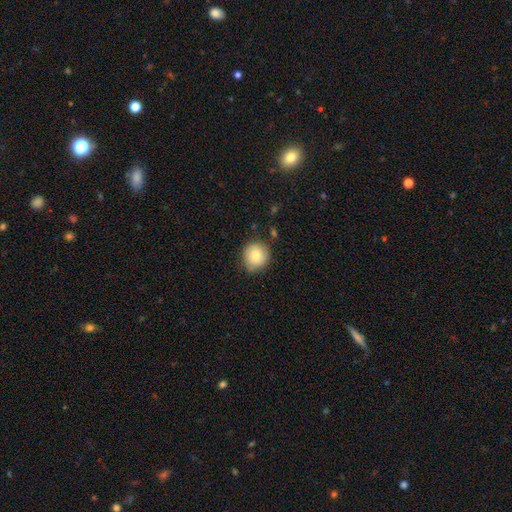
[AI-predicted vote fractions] Smooth or featured? smooth (82%)
How rounded? round (90%)
Merging? none (80%)